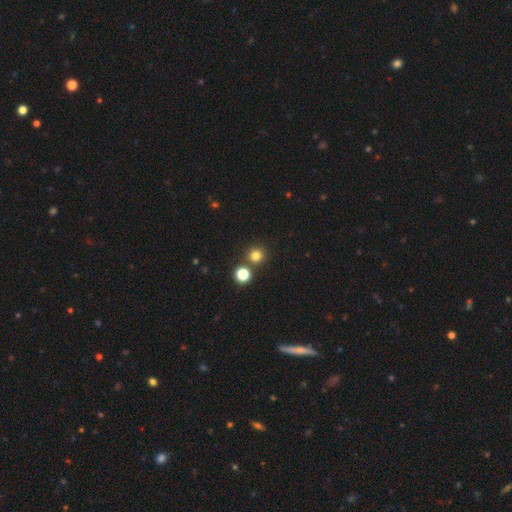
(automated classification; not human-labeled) Overall: smooth (78%). How rounded: round (93%). Merging: none (80%).